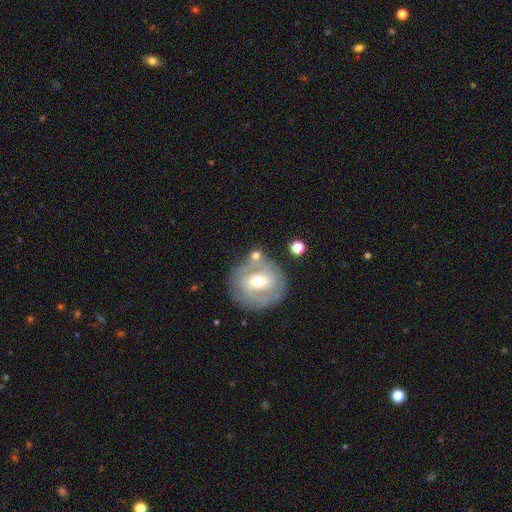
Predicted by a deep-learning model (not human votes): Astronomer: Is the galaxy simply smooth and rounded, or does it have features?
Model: featured or disk — 56% (runner-up: smooth, 35%).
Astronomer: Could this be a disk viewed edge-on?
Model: no — 94%.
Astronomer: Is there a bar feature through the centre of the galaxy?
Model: weak — 44% (runner-up: no, 34%).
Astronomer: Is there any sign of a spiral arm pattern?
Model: yes — 58% (runner-up: no, 42%).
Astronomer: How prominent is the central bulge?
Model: moderate — 74%.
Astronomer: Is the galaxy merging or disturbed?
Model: none — 67%.